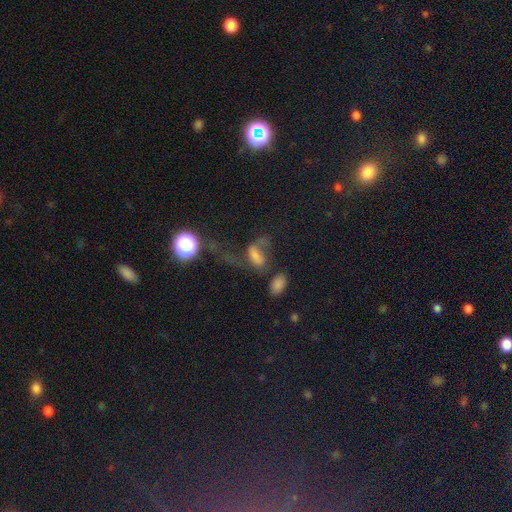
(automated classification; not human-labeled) smooth 38%, featured or disk 37%, star or artifact 25%. Down the decision tree: merging — major disturbance (40%).